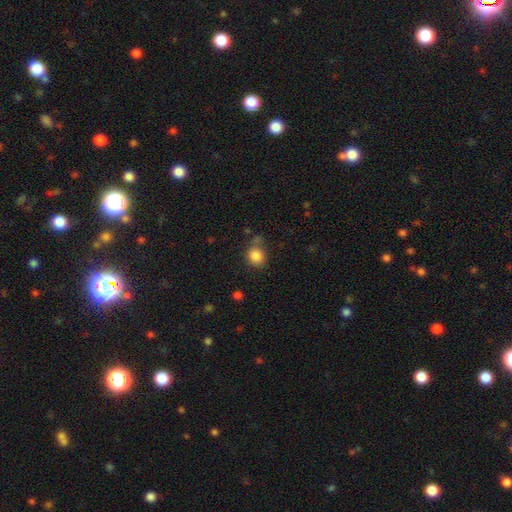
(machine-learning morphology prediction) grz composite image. It shows a smooth galaxy with no disk features (86%) that is round (74%). Merging: none (68%).